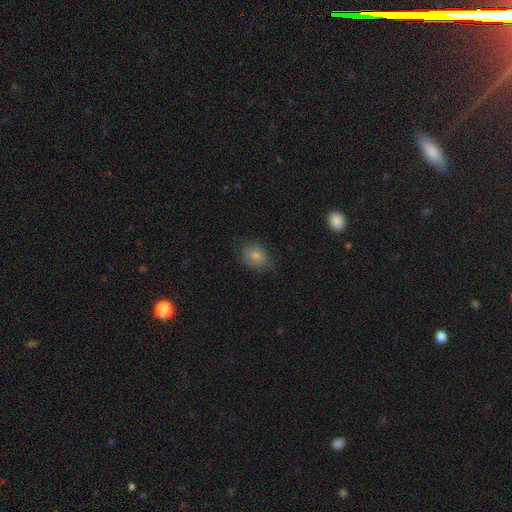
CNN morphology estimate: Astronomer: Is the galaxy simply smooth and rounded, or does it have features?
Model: smooth — 81%.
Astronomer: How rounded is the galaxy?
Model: in between — 62% (runner-up: round, 37%).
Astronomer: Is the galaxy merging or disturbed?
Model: none — 68%.